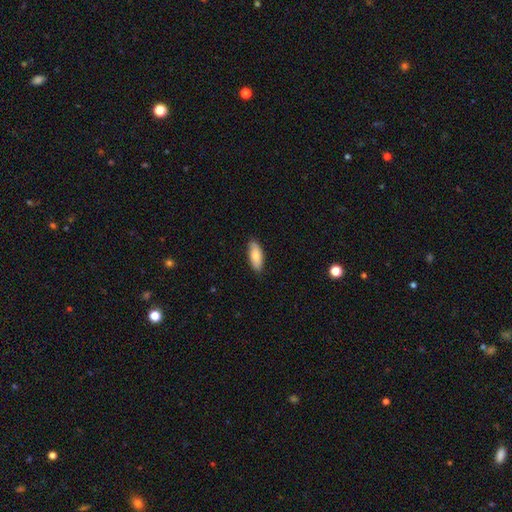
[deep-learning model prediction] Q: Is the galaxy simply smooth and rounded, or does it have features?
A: smooth — 80%.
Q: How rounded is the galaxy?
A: in between — 79%.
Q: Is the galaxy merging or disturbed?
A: none — 85%.